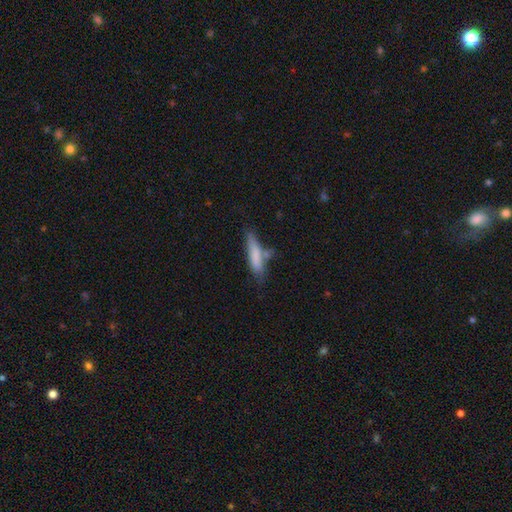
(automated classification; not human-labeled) smooth 75%, featured or disk 19%, star or artifact 7%. Down the decision tree: how rounded — cigar-shaped (78%); merging — none (53%).